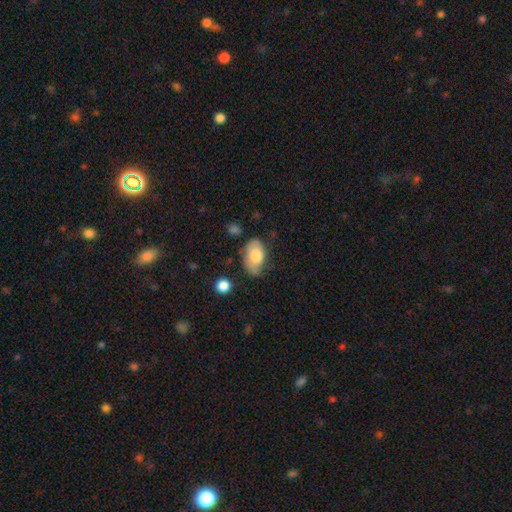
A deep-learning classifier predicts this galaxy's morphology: smooth-or-featured: smooth: 70% | featured or disk: 23% | star or artifact: 7%
  how-rounded: in between: 92% | round: 7% | cigar-shaped: 2%
  merging: none: 52% | minor disturbance: 34% | major disturbance: 11% | merger: 3%